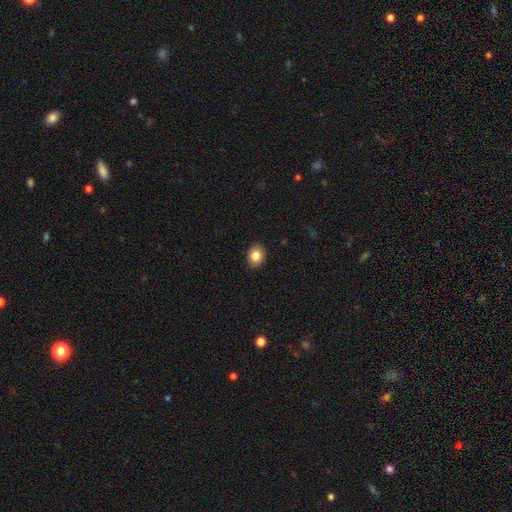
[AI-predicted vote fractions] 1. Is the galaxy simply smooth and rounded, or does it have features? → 84% smooth, 9% star or artifact, 7% featured or disk.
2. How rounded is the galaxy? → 55% in between, 44% round, 1% cigar-shaped.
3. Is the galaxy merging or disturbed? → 90% none, 7% minor disturbance, 2% major disturbance, 1% merger.